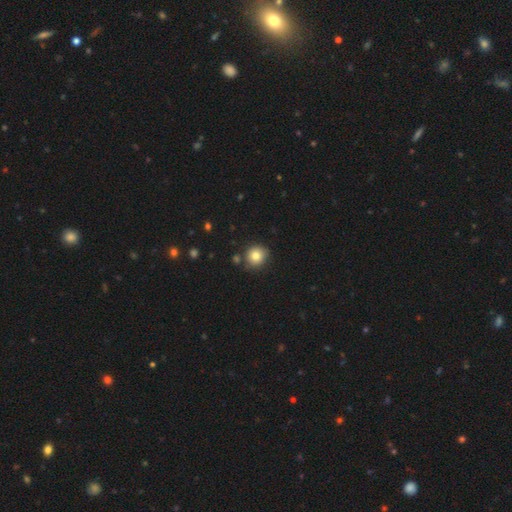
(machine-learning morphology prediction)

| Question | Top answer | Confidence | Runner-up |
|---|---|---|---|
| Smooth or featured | smooth | 82% | star or artifact (11%) |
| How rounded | round | 89% | in between (10%) |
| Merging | none | 81% | minor disturbance (11%) |